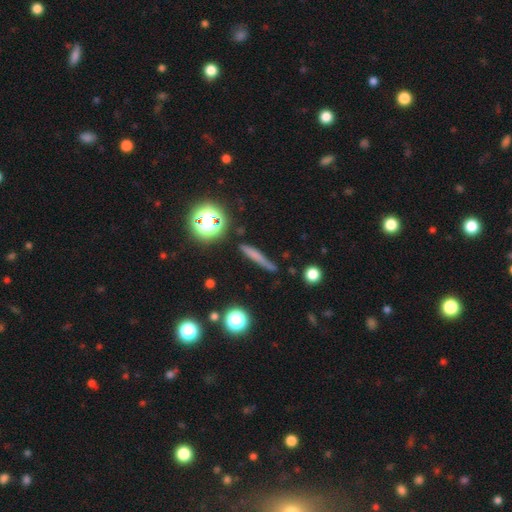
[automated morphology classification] A smooth galaxy with no disk features (59%) that is cigar-shaped (87%).

Vote fractions:
- Smooth or featured? smooth: 59% / featured or disk: 26% / star or artifact: 15%
- How rounded? cigar-shaped: 87% / round: 7% / in between: 6%
- Merging? none: 81% / minor disturbance: 13% / major disturbance: 3% / merger: 3%